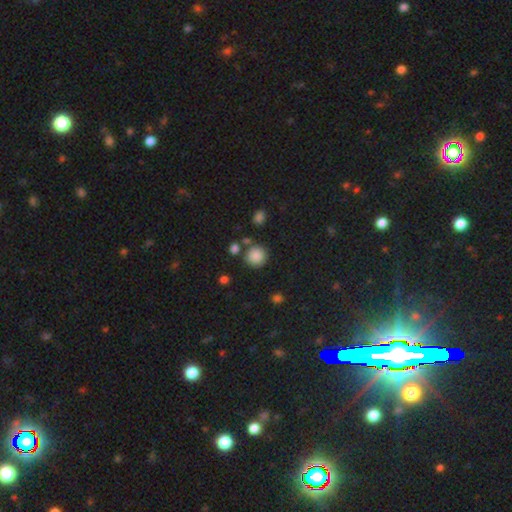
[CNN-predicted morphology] smooth-or-featured: smooth: 86% | star or artifact: 10% | featured or disk: 4%
  how-rounded: round: 91% | in between: 8% | cigar-shaped: 1%
  merging: none: 77% | minor disturbance: 11% | merger: 9% | major disturbance: 4%